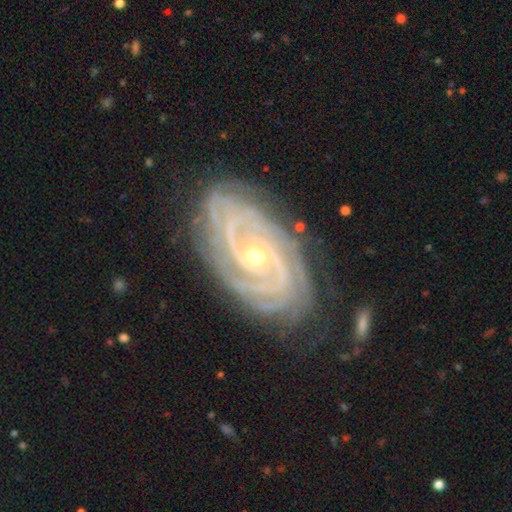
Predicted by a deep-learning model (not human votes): The model was most divided on "spiral arm count": 3: 26%, 2: 24%, 4: 18%, can't tell: 15%, more than 4: 10%, 1: 7%. More confident: spiral arms — yes (98%); edge-on disk — no (96%); smooth or featured — featured or disk (92%); merging — none (77%); spiral winding — tight (75%); bulge size — small (62%); bar — no (62%).